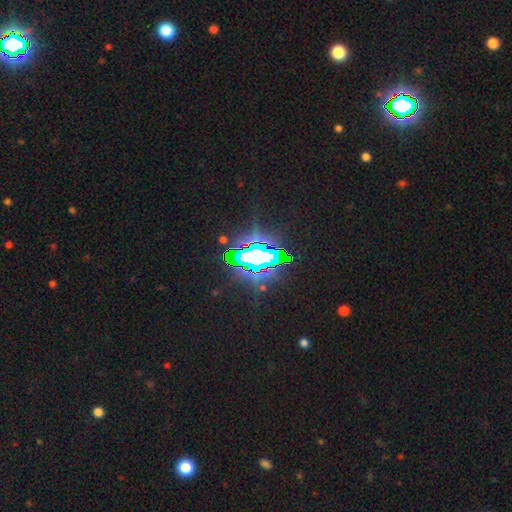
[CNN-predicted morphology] This appears to be a star or artifact, not a galaxy (76%).